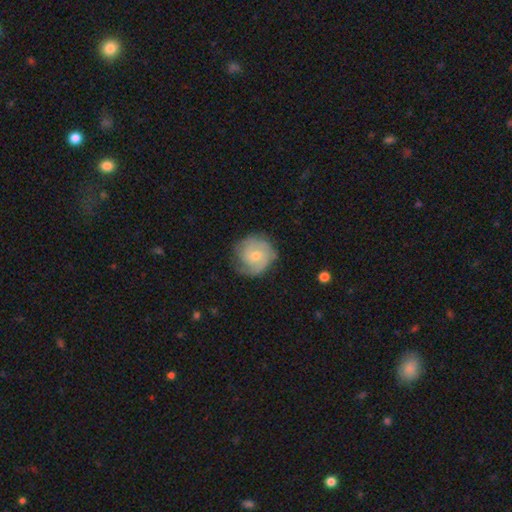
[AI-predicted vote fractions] smooth-or-featured: featured or disk: 62% | smooth: 32% | star or artifact: 6%
  disk-edge-on: no: 98% | yes: 2%
    bar: no: 70% | weak: 27% | strong: 3%
    has-spiral-arms: yes: 88% | no: 12%
      spiral-winding: tight: 53% | medium: 34% | loose: 12%
      spiral-arm-count: 2: 35% | can't tell: 31% | 3: 18% | 1: 9% | 4: 4% | more than 4: 4%
    bulge-size: small: 50% | moderate: 45% | none: 2% | large: 2% | dominant: 1%
  merging: none: 68% | minor disturbance: 22% | major disturbance: 8% | merger: 1%